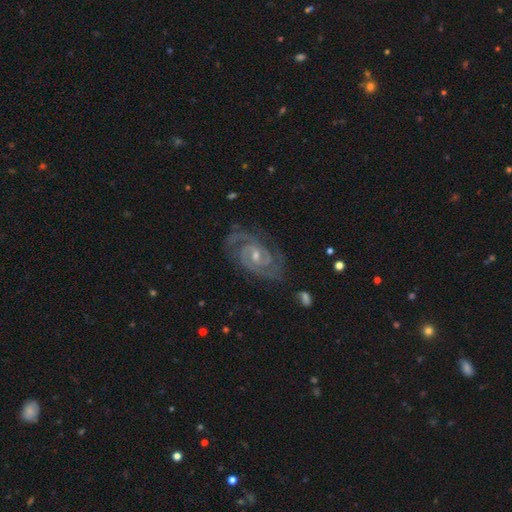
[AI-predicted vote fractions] Morphology: type=featured or disk (92%); edge-on=no (97%); bar=no (43%, tied with weak); spiral arms=yes (99%); winding=tight (64%); arm count=2 (80%); bulge=small (58%); merging=none (78%).